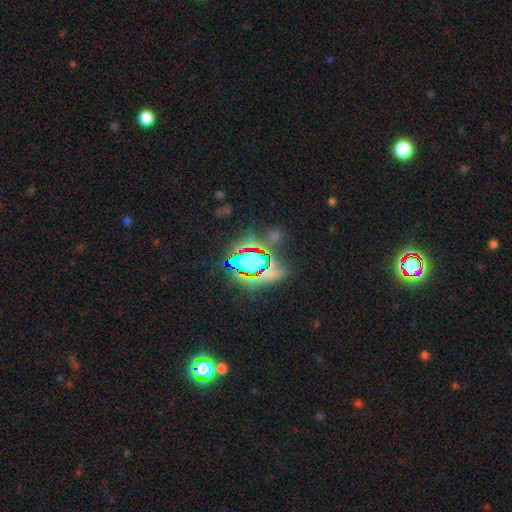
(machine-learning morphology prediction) Smooth or featured: star or artifact — 82% (smooth — 10%)